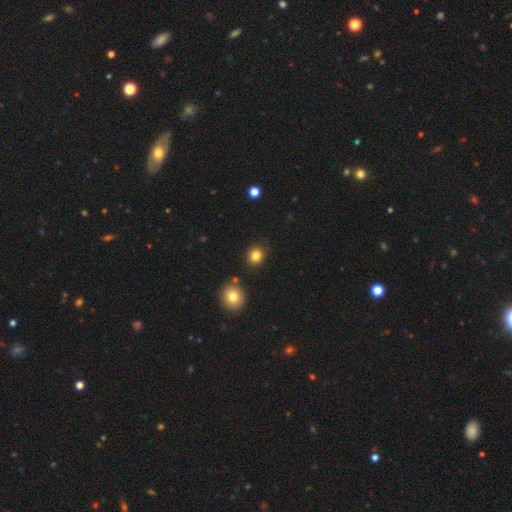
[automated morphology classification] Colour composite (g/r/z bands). It shows a smooth galaxy with no disk features (83%) that is round (83%). Merging: none (89%).